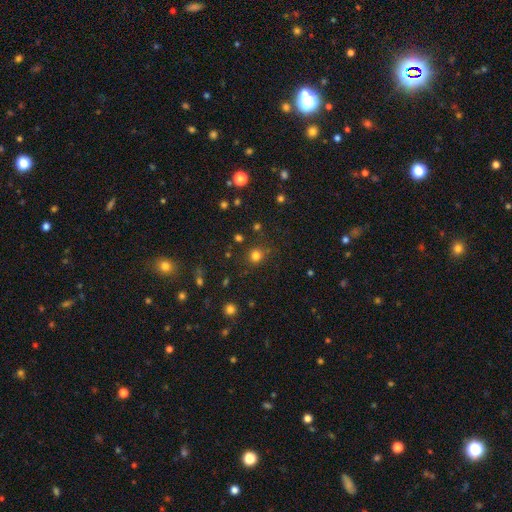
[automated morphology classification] Smooth or featured?
  - smooth: 78% *
  - star or artifact: 17%
  - featured or disk: 5%
How rounded?
  - round: 90% *
  - in between: 9%
  - cigar-shaped: 1%
Merging?
  - none: 83% *
  - minor disturbance: 10%
  - major disturbance: 4%
  - merger: 3%